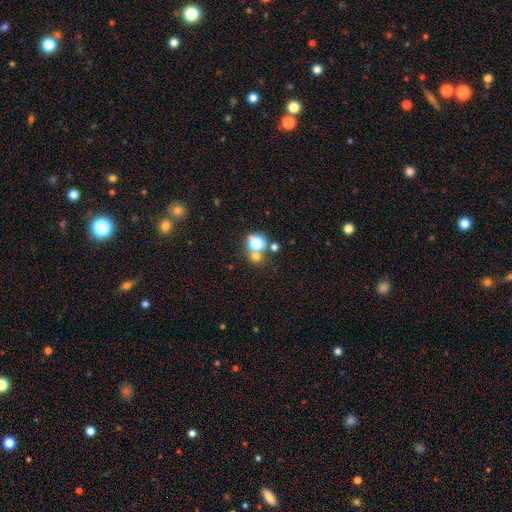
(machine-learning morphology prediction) The model was most divided on "merging": none: 57%, merger: 31%, minor disturbance: 7%, major disturbance: 5%. More confident: how rounded — round (84%); smooth or featured — smooth (61%).